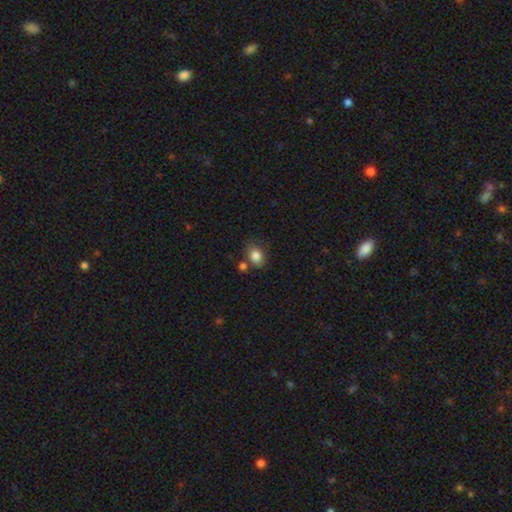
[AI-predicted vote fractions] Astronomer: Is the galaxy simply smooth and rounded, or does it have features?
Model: smooth — 84%.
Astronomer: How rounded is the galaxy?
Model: in between — 60% (runner-up: round, 39%).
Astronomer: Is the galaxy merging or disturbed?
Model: none — 66%.